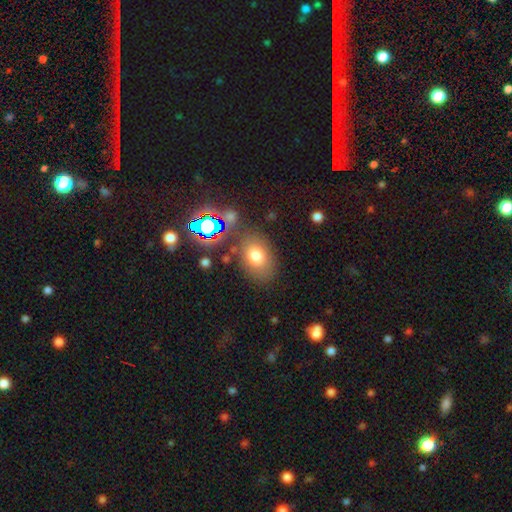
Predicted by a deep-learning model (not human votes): A smooth galaxy with no disk features (74%) that is in between round and cigar-shaped (76%). Merging: none (75%).